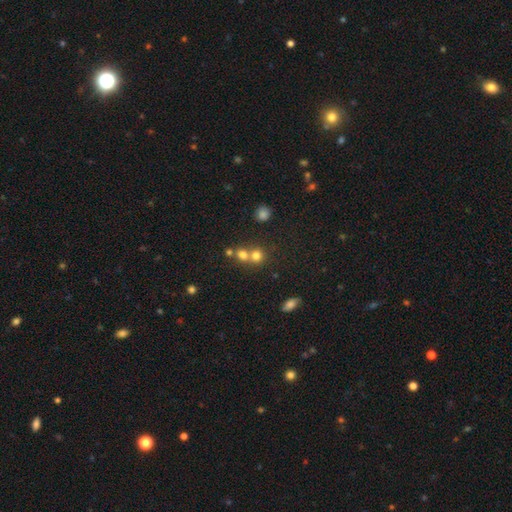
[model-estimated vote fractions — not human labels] Morphology: type=smooth (74%); roundness=round (85%); merging=merger (51%).